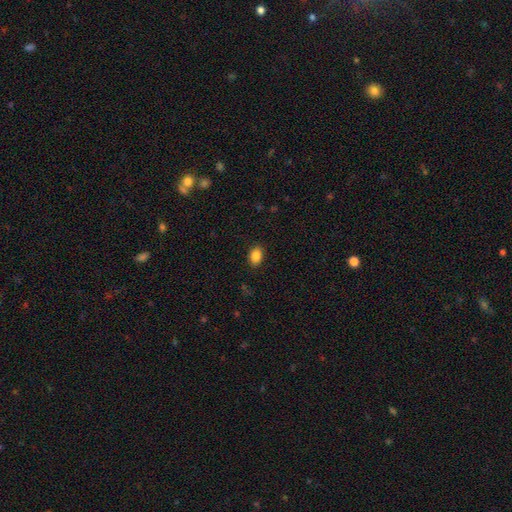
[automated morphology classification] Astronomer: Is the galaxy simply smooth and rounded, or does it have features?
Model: smooth — 87%.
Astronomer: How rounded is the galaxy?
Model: in between — 80%.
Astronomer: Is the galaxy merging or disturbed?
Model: none — 88%.